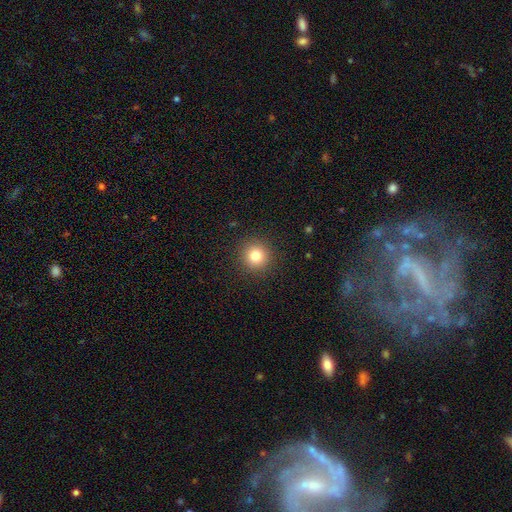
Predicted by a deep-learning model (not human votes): smooth-or-featured: smooth: 81% | star or artifact: 12% | featured or disk: 7%
  how-rounded: round: 94% | in between: 5% | cigar-shaped: 1%
  merging: none: 91% | minor disturbance: 6% | major disturbance: 2% | merger: 1%